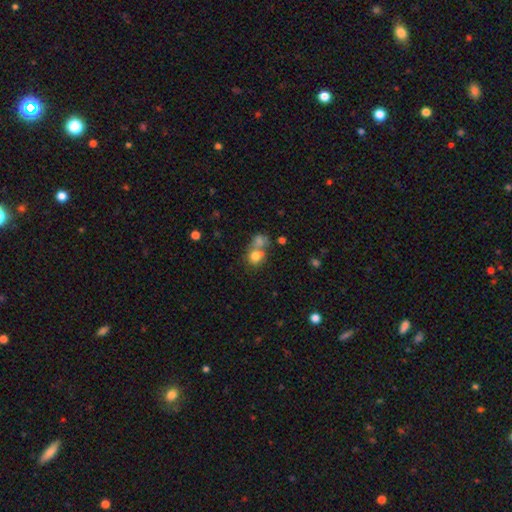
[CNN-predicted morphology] Smooth or featured: smooth — 74% (featured or disk — 15%)
How rounded: round — 71% (in between — 28%)
Merging: merger — 56% (none — 30%)